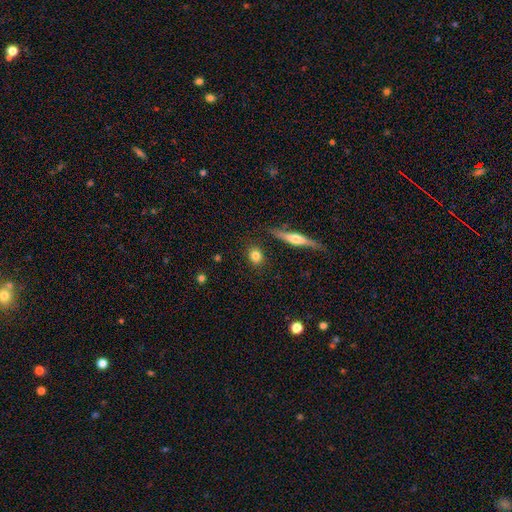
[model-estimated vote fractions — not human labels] A smooth galaxy with no disk features (80%) that is round (67%).

Vote fractions:
- Smooth or featured? smooth: 80% / featured or disk: 12% / star or artifact: 8%
- How rounded? round: 67% / in between: 27% / cigar-shaped: 6%
- Merging? none: 87% / minor disturbance: 8% / major disturbance: 2% / merger: 2%